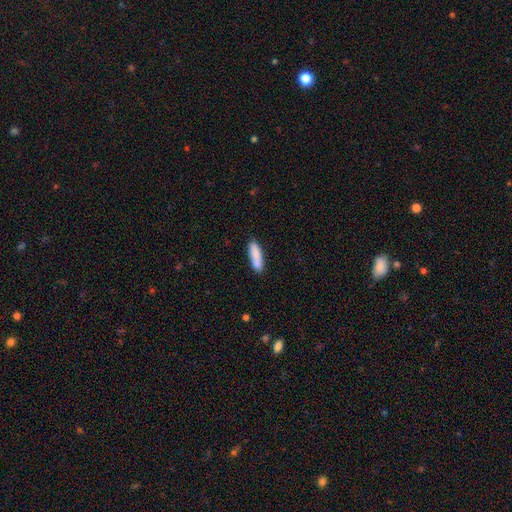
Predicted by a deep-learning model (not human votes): A smooth galaxy with no disk features (84%) that is cigar-shaped (62%).

Vote fractions:
- Smooth or featured? smooth: 84% / featured or disk: 10% / star or artifact: 6%
- How rounded? cigar-shaped: 62% / in between: 36% / round: 2%
- Merging? none: 76% / minor disturbance: 14% / merger: 7% / major disturbance: 3%